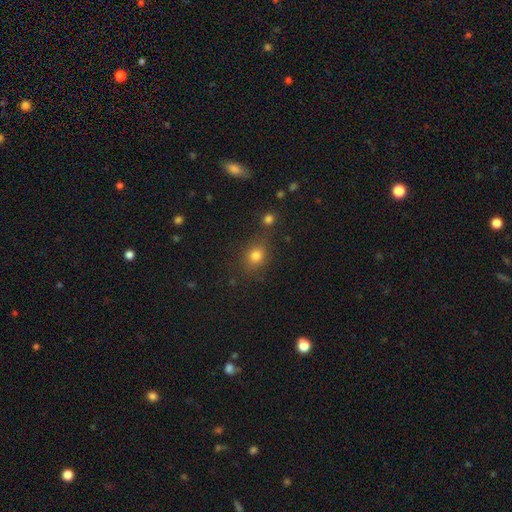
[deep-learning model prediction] Morphology: type=smooth (79%); roundness=round (67%); merging=none (74%).